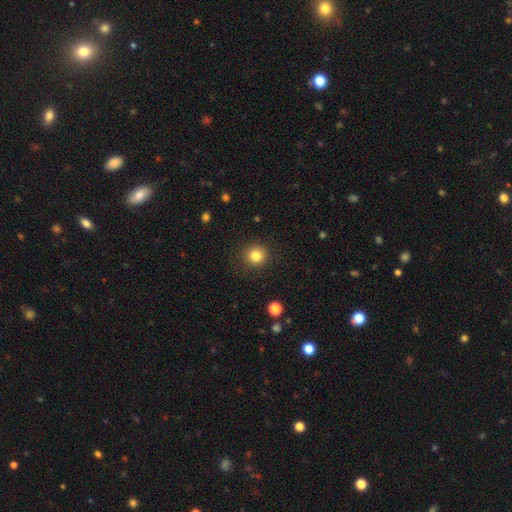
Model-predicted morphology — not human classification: Smooth or featured? smooth (83%)
How rounded? round (92%)
Merging? none (90%)